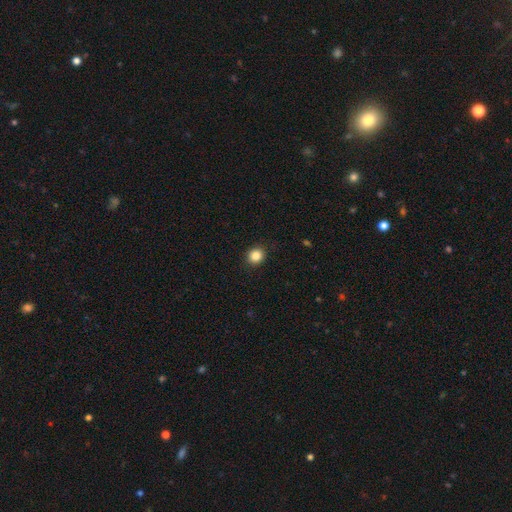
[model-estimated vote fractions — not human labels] Morphology: type=smooth (85%); roundness=round (83%); merging=none (91%).